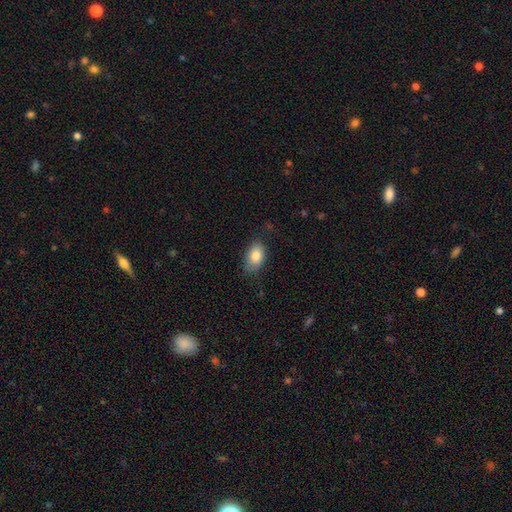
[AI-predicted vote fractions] A smooth galaxy with no disk features (84%) that is in between round and cigar-shaped (88%).

Vote fractions:
- Smooth or featured? smooth: 84% / featured or disk: 9% / star or artifact: 7%
- How rounded? in between: 88% / round: 10% / cigar-shaped: 2%
- Merging? none: 76% / minor disturbance: 18% / major disturbance: 4% / merger: 1%